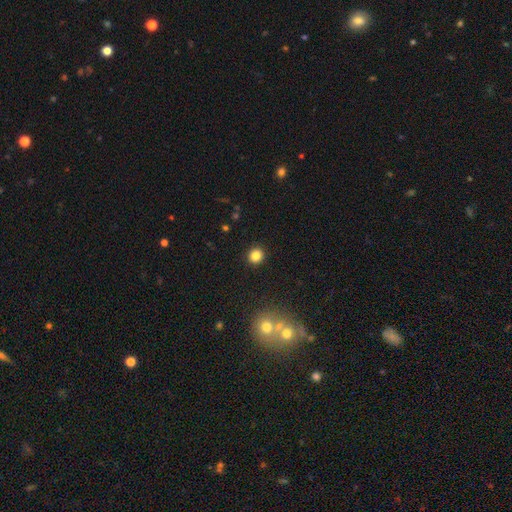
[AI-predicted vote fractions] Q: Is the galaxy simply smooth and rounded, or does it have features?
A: smooth — 83%.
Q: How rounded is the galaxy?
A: round — 89%.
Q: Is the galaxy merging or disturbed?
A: none — 92%.